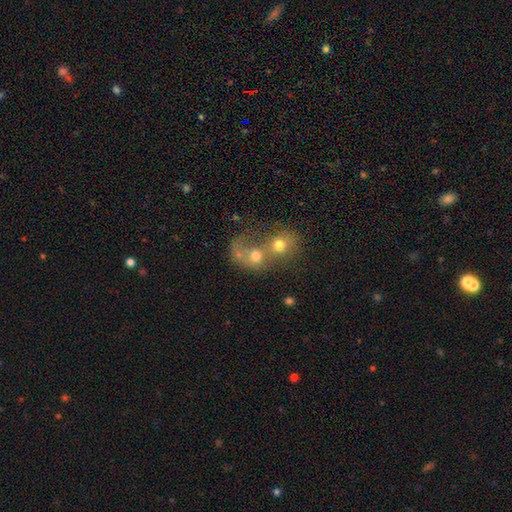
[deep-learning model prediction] The model was most divided on "smooth or featured": smooth: 54%, featured or disk: 31%, star or artifact: 15%. More confident: merging — merger (77%); how rounded — round (64%).